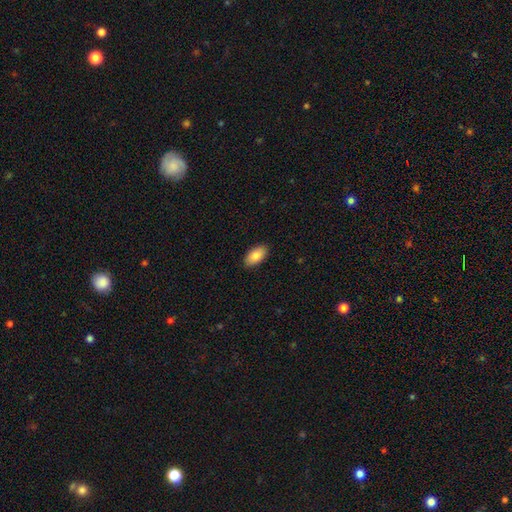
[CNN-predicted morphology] Smooth or featured? Predicted: smooth (p=0.86). How rounded? Predicted: in between (p=0.94). Merging? Predicted: none (p=0.89).